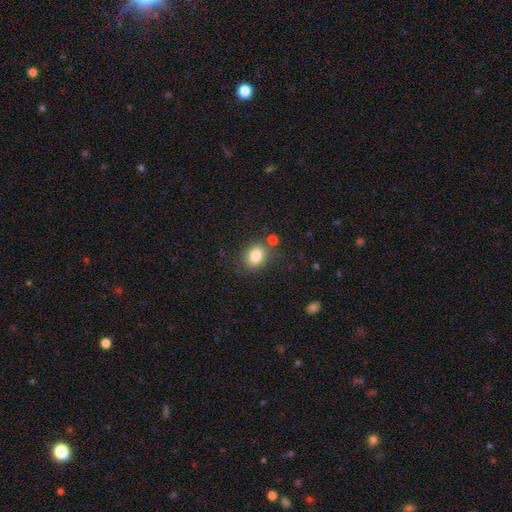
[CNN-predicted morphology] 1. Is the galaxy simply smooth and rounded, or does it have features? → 83% smooth, 10% star or artifact, 8% featured or disk.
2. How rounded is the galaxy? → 60% in between, 39% round, 1% cigar-shaped.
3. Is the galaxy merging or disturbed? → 74% none, 13% minor disturbance, 10% merger, 4% major disturbance.